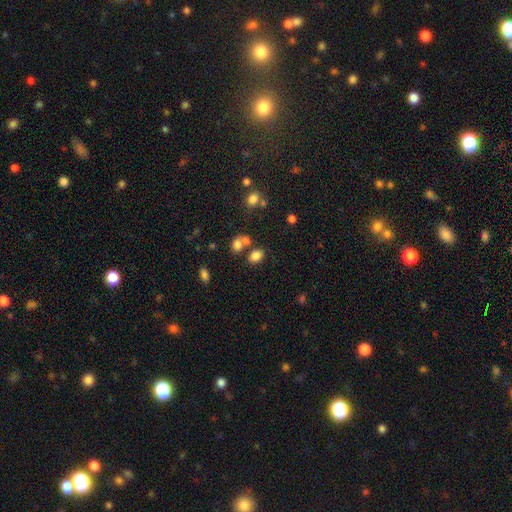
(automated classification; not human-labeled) smooth 80%, star or artifact 13%, featured or disk 7%. Down the decision tree: how rounded — in between (68%); merging — none (59%).